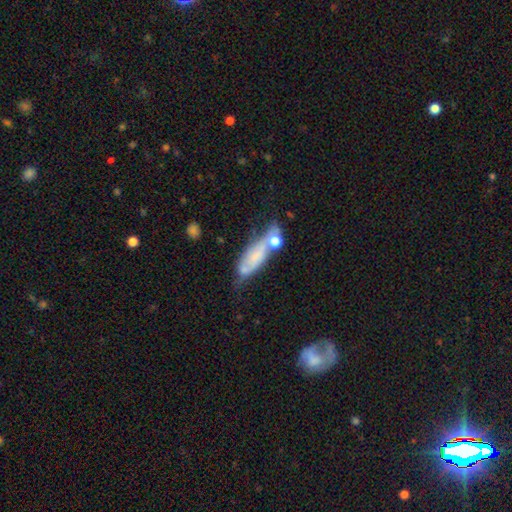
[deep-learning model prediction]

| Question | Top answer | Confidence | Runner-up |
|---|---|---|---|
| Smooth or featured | smooth | 45% | tied: featured or disk (45%) |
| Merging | none | 39% | minor disturbance (25%) |